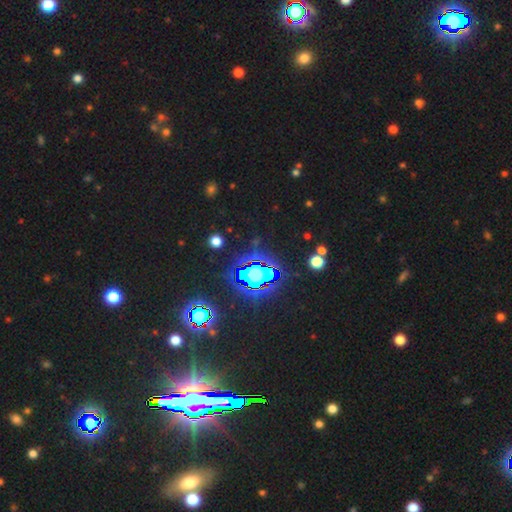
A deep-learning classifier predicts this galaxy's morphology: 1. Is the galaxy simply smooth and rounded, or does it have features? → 84% star or artifact, 9% smooth, 8% featured or disk.